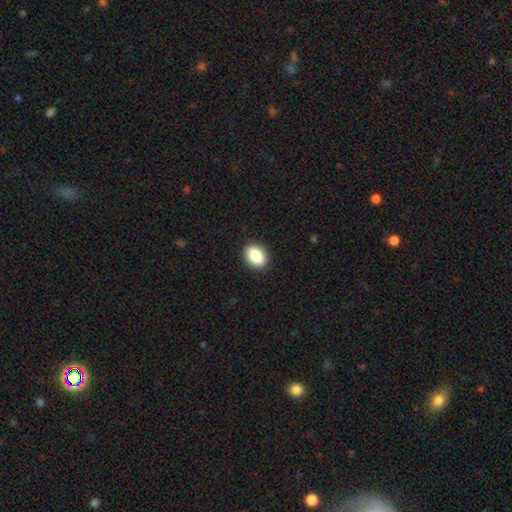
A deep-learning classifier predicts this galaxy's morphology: Smooth or featured? smooth (87%)
How rounded? in between (79%)
Merging? none (91%)